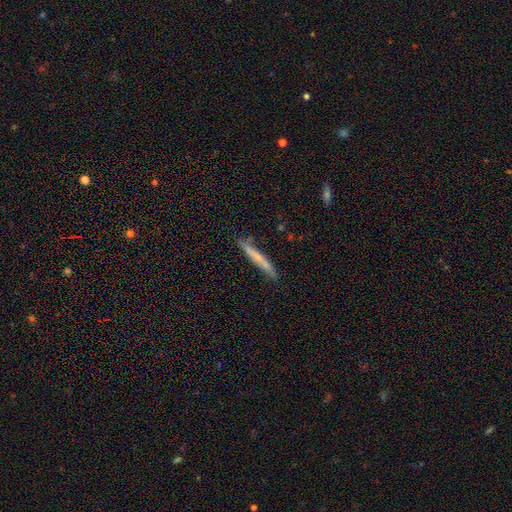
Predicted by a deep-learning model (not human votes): Smooth or featured? smooth (61%)
How rounded? cigar-shaped (96%)
Merging? none (80%)